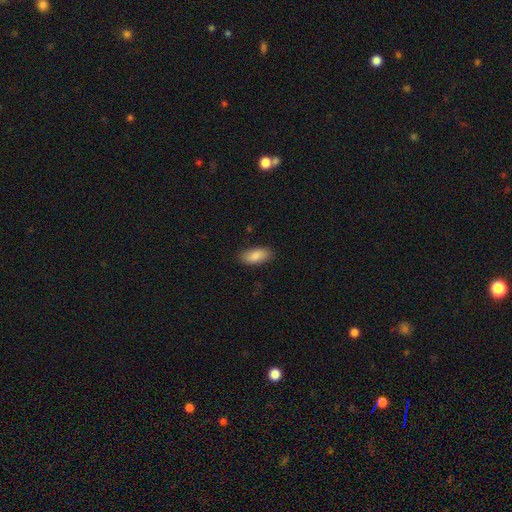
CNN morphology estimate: type=smooth (87%); roundness=in between (88%); merging=none (85%).